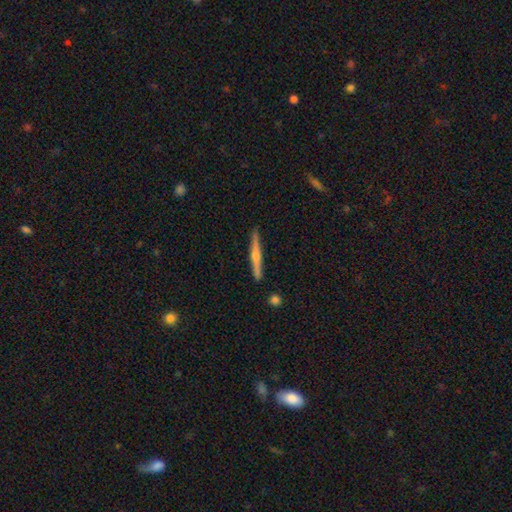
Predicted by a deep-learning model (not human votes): Smooth or featured? featured or disk (75%)
Edge-on disk? yes (98%)
Edge-on bulge? rounded (89%)
Merging? none (91%)